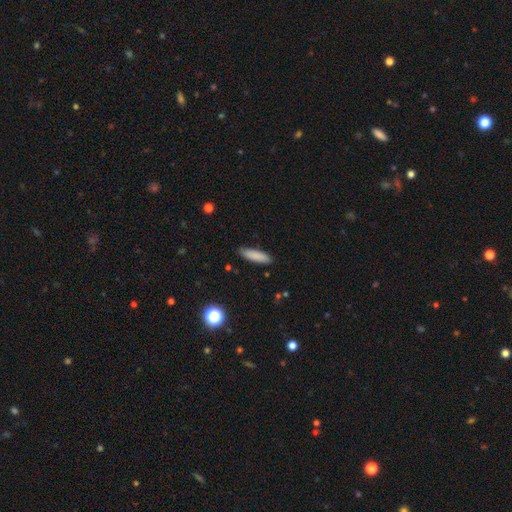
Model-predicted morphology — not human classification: Smooth or featured? Predicted: smooth (p=0.86). How rounded? Predicted: cigar-shaped (p=0.65). Merging? Predicted: none (p=0.87).